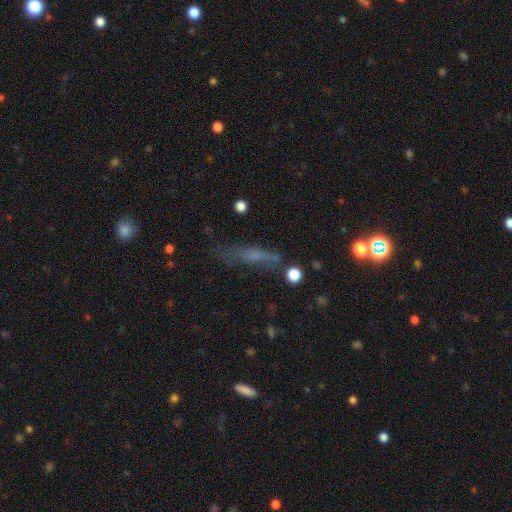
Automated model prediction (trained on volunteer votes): Smooth or featured? smooth (47%)
Merging? none (58%)